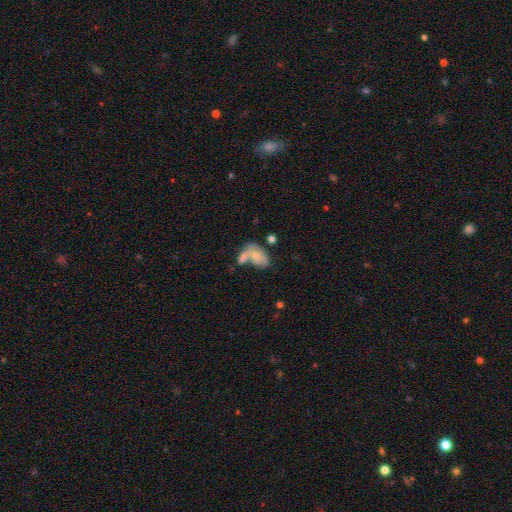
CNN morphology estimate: smooth-or-featured: smooth: 65% | featured or disk: 28% | star or artifact: 7%
  how-rounded: in between: 87% | round: 11% | cigar-shaped: 2%
  merging: merger: 47% | none: 28% | minor disturbance: 17% | major disturbance: 9%